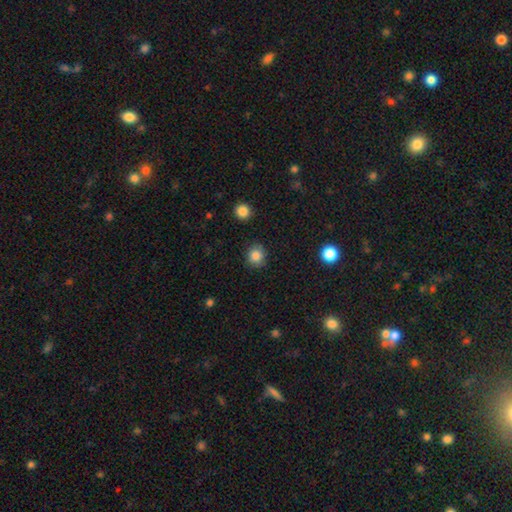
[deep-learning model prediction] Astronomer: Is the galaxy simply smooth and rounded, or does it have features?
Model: smooth — 85%.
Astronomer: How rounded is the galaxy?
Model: round — 88%.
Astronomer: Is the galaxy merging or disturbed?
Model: none — 87%.